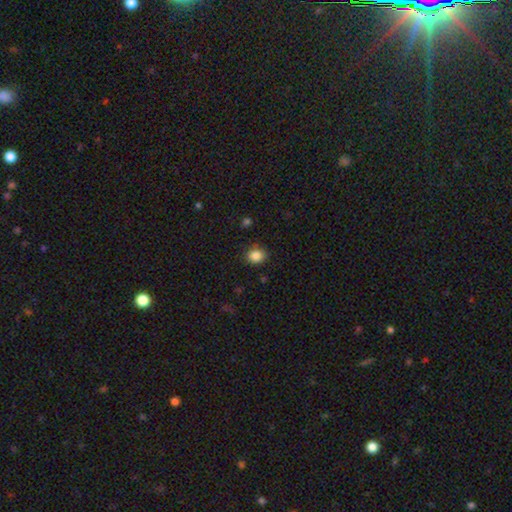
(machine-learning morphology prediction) Smooth or featured: smooth — 86% (star or artifact — 10%)
How rounded: round — 63% (in between — 36%)
Merging: none — 83% (minor disturbance — 12%)